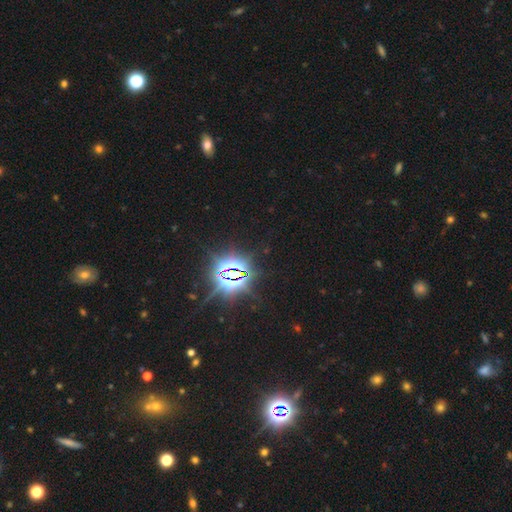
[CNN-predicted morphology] This is clearly a star or artifact rather than a galaxy (83%).